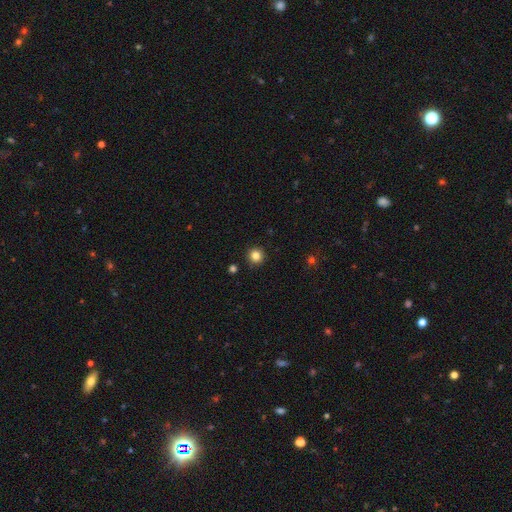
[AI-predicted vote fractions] Smooth or featured? Predicted: smooth (p=0.83). How rounded? Predicted: round (p=0.95). Merging? Predicted: none (p=0.92).